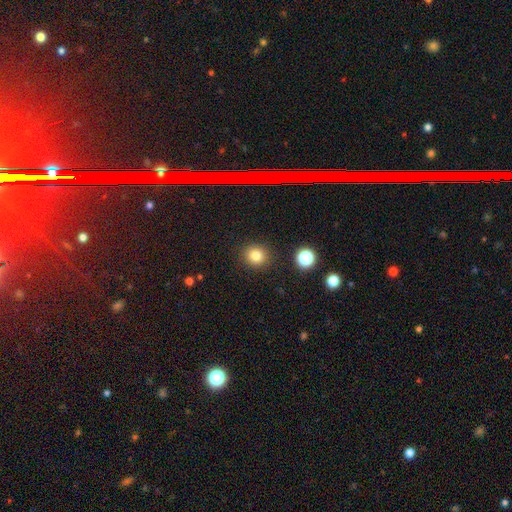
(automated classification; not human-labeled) smooth 80%, star or artifact 14%, featured or disk 6%. Down the decision tree: how rounded — round (89%); merging — none (90%).